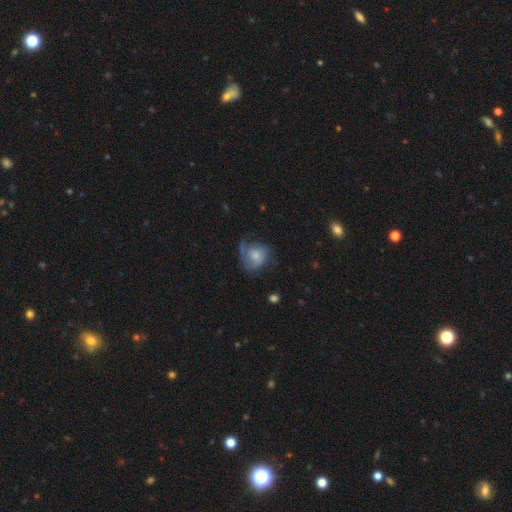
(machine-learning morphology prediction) A featured or disk galaxy (50%). Merging: none (43%).